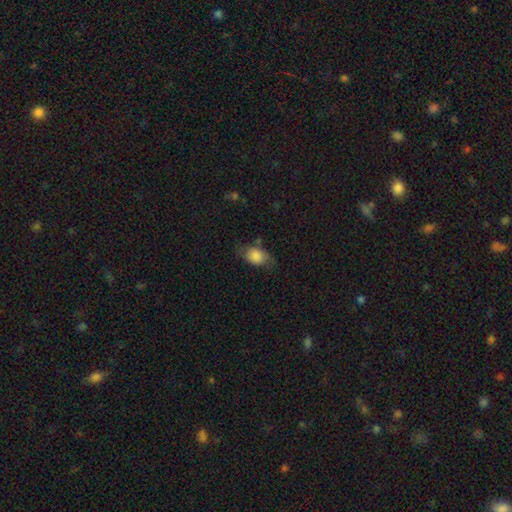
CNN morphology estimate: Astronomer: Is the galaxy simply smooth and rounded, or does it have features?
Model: smooth — 80%.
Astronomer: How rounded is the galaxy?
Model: in between — 76%.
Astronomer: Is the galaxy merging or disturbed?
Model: none — 60%.